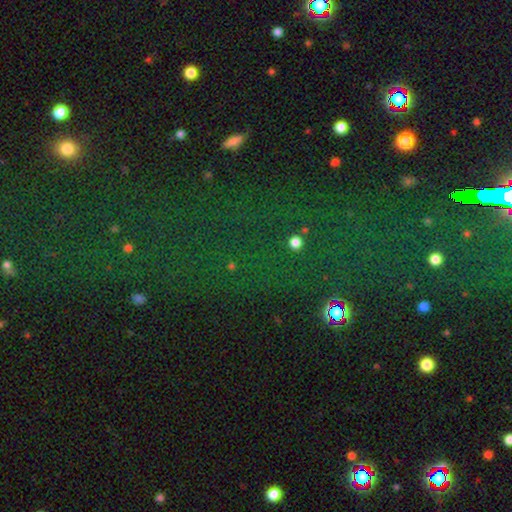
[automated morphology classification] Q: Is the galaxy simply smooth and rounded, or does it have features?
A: star or artifact — 69%.